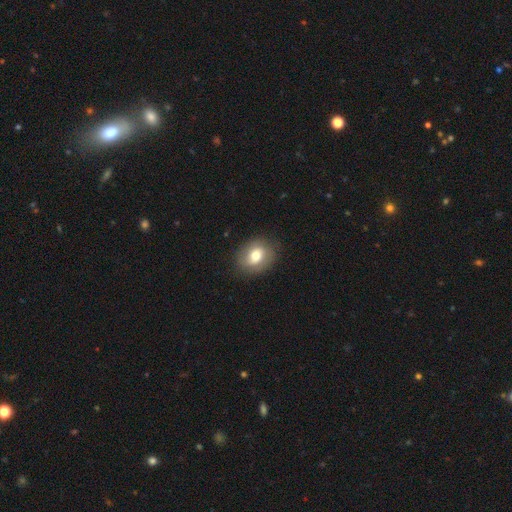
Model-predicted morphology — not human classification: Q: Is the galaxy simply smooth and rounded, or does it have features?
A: smooth — 66%.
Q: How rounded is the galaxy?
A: in between — 51%.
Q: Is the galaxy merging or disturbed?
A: none — 83%.